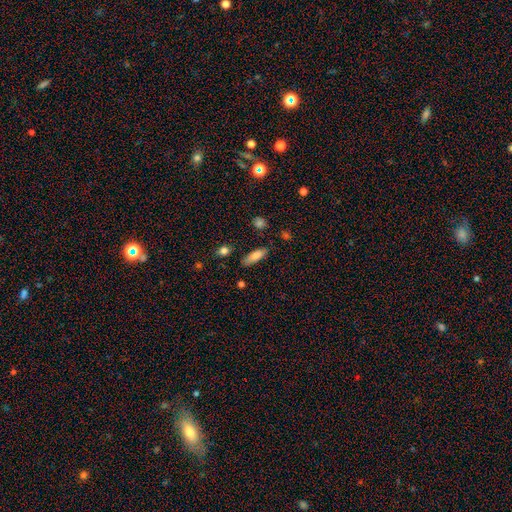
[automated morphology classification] Smooth or featured?
  - smooth: 83% *
  - featured or disk: 10%
  - star or artifact: 7%
How rounded?
  - in between: 58% *
  - cigar-shaped: 40%
  - round: 2%
Merging?
  - none: 81% *
  - minor disturbance: 14%
  - major disturbance: 3%
  - merger: 2%